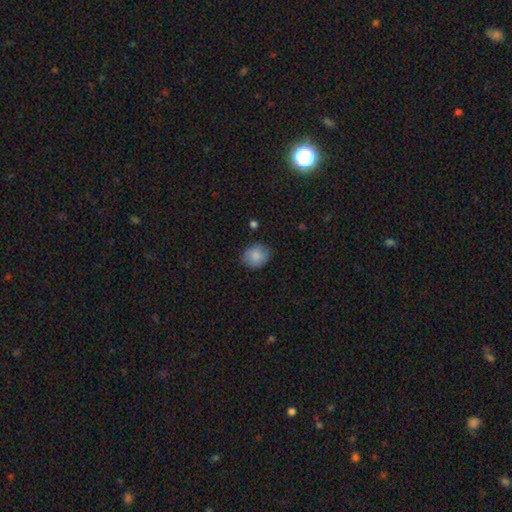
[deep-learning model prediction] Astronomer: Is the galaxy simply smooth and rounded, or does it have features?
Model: smooth — 86%.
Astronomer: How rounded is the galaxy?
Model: round — 62%.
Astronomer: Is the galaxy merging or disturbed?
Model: none — 80%.